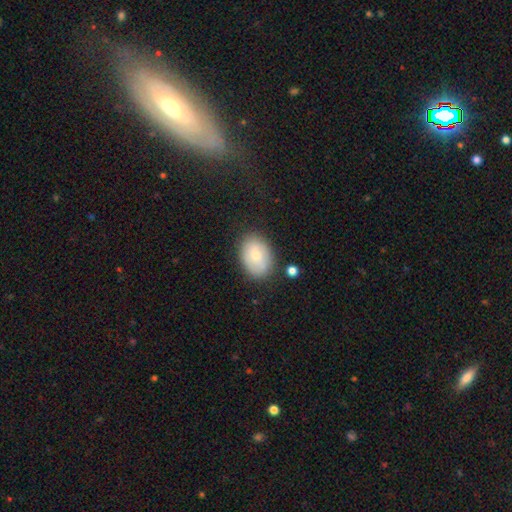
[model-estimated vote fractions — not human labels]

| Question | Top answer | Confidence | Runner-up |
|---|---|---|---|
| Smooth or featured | smooth | 69% | featured or disk (24%) |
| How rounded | in between | 77% | round (22%) |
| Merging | none | 78% | minor disturbance (15%) |